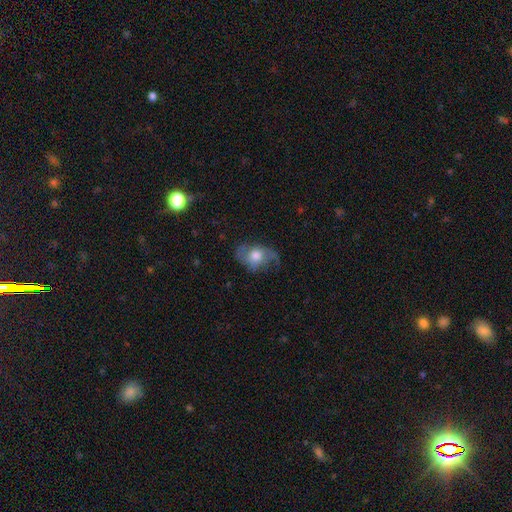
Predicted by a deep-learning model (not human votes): Smooth or featured: featured or disk — 48% (smooth — 43%)
Merging: none — 48% (minor disturbance — 28%)